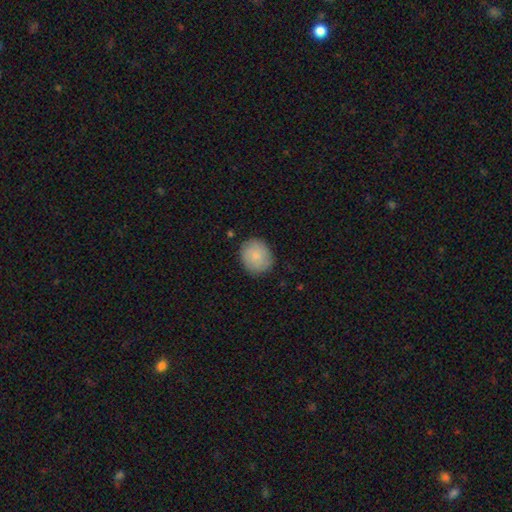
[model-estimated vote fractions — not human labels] smooth 82%, featured or disk 12%, star or artifact 6%. Down the decision tree: how rounded — round (70%); merging — none (83%).